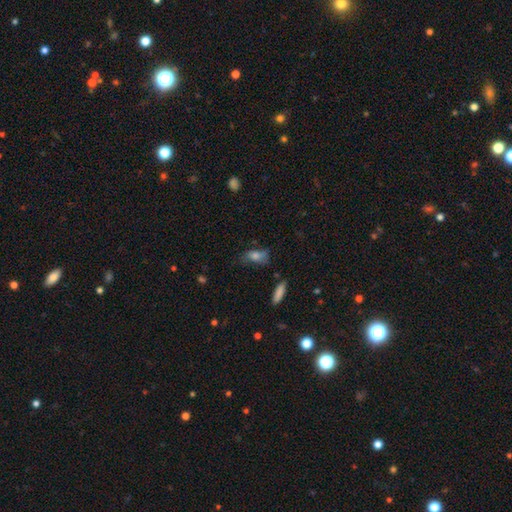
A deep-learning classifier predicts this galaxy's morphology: smooth 69%, featured or disk 21%, star or artifact 11%. Down the decision tree: how rounded — in between (74%); merging — none (53%).